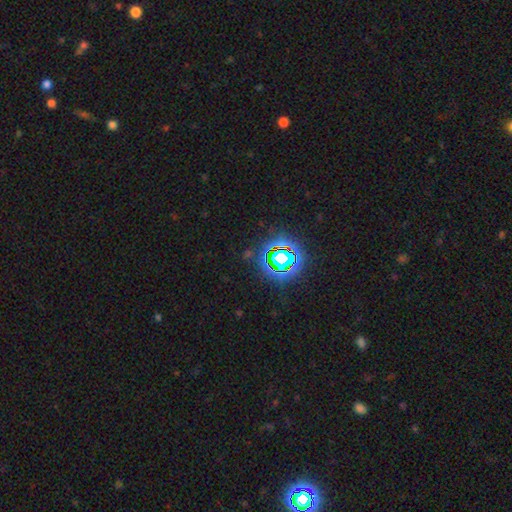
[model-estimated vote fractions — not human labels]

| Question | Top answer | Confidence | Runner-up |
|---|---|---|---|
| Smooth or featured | star or artifact | 78% | smooth (14%) |